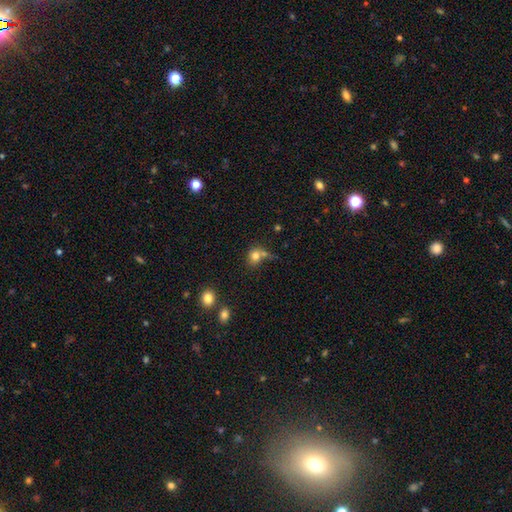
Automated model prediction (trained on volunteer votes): This appears to be a smooth galaxy with no disk features (78%) that is round (73%). Merging: none (47%).